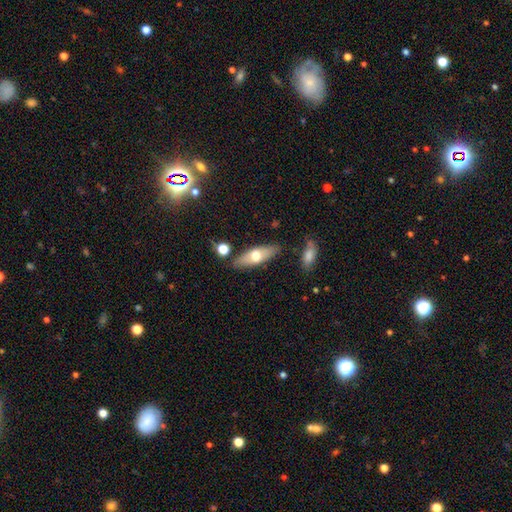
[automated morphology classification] A smooth galaxy with no disk features (57%) that is in between round and cigar-shaped (59%). Merging: none (82%).